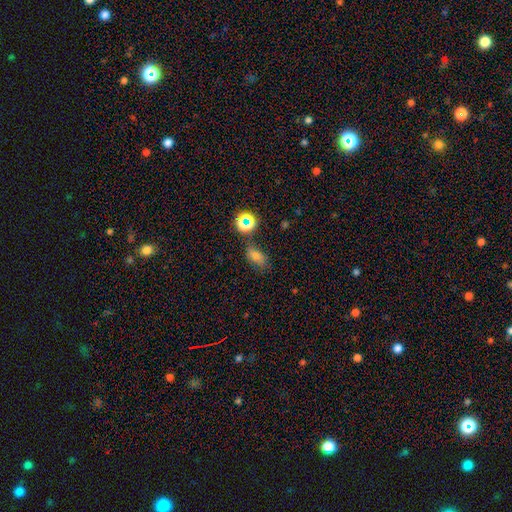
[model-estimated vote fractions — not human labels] smooth 63%, star or artifact 24%, featured or disk 14%. Down the decision tree: how rounded — in between (82%); merging — none (64%).